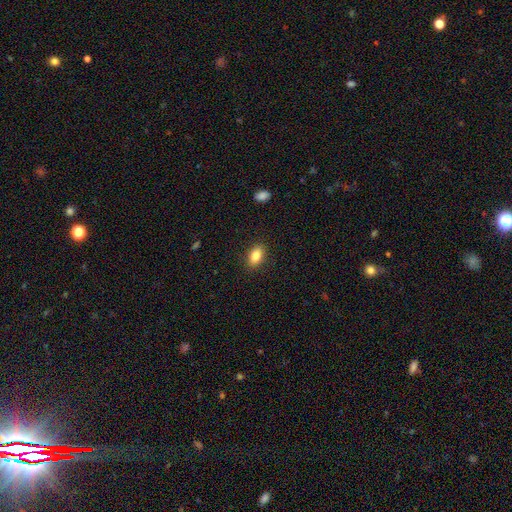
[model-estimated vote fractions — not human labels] smooth 84%, featured or disk 8%, star or artifact 8%. Down the decision tree: how rounded — in between (89%); merging — none (88%).